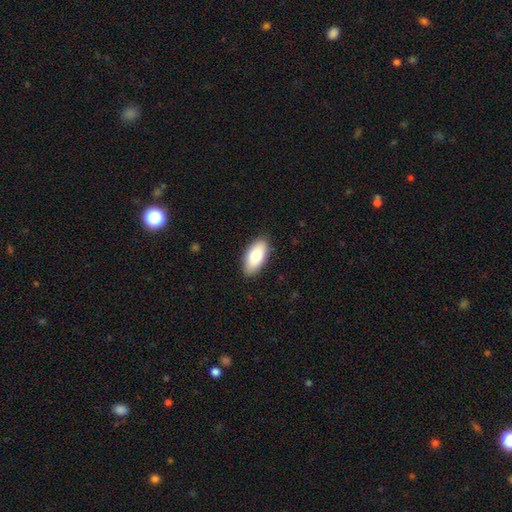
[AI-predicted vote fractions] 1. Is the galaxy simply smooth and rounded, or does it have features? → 84% smooth, 10% featured or disk, 6% star or artifact.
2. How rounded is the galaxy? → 91% in between, 7% cigar-shaped, 2% round.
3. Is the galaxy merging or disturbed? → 88% none, 9% minor disturbance, 2% major disturbance, 1% merger.